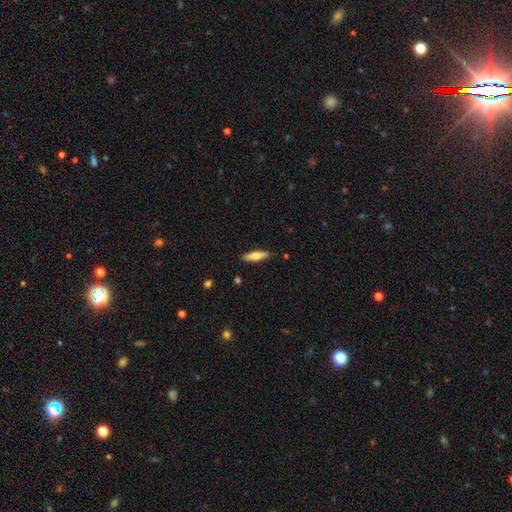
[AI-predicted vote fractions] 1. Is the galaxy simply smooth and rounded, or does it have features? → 64% smooth, 30% featured or disk, 6% star or artifact.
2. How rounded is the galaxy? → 66% cigar-shaped, 32% in between, 2% round.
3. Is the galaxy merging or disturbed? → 88% none, 9% minor disturbance, 2% major disturbance, 1% merger.